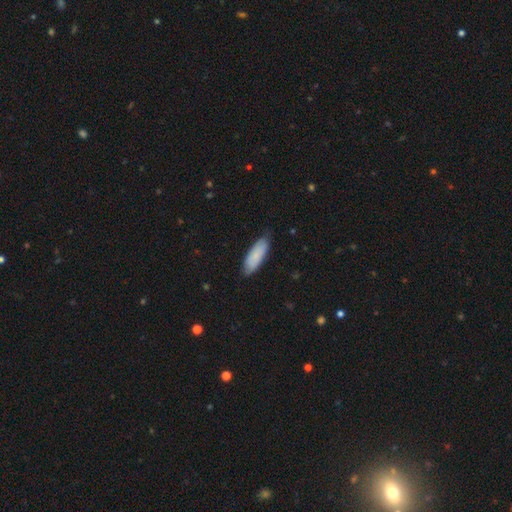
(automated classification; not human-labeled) Morphology: type=smooth (84%); roundness=in between (65%); merging=none (79%).